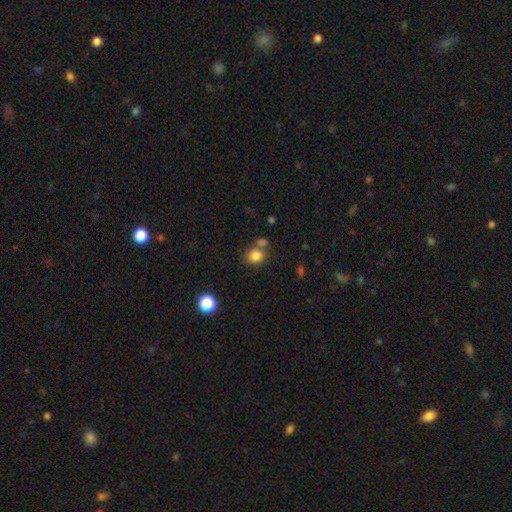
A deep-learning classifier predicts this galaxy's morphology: Smooth or featured? smooth (82%)
How rounded? round (69%)
Merging? none (59%)